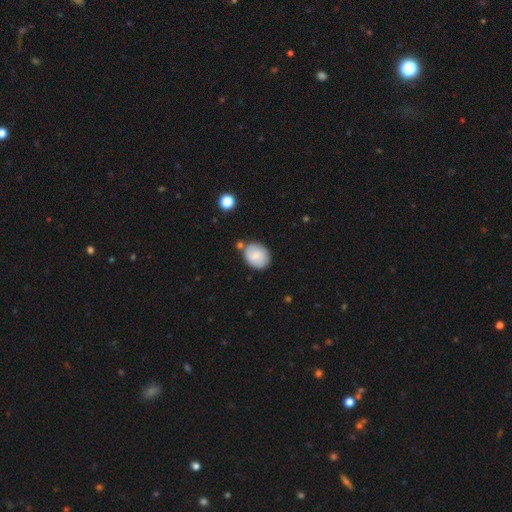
Smooth or featured: smooth — 75% (featured or disk — 20%)
How rounded: in between — 80% (round — 20%)
Merging: none — 82% (minor disturbance — 8%)